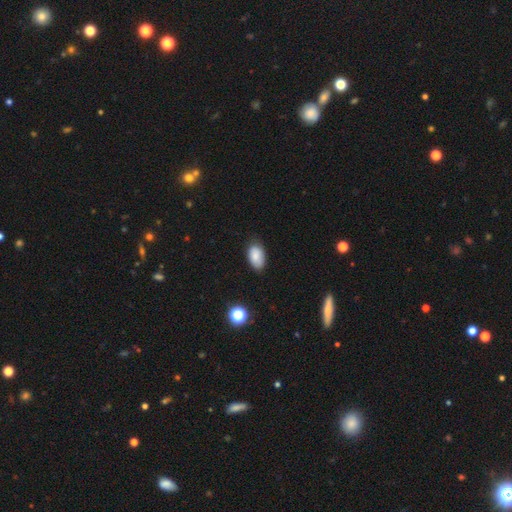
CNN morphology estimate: smooth 84%, star or artifact 8%, featured or disk 8%. Down the decision tree: how rounded — in between (93%); merging — none (76%).